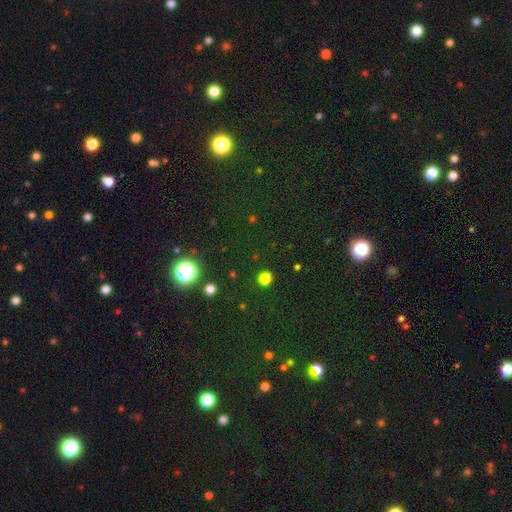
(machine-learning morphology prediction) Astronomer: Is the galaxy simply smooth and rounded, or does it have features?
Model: star or artifact — 71%.